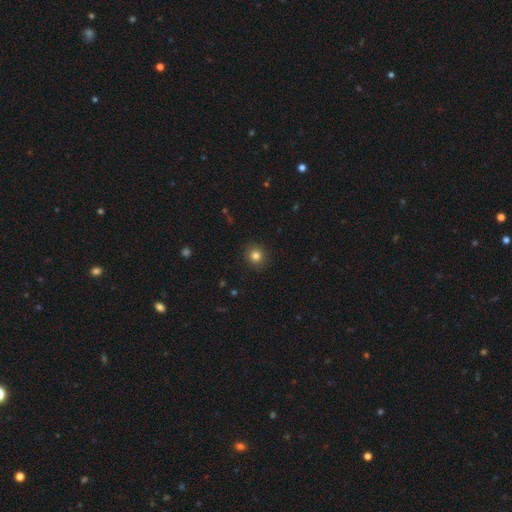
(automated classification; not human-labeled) Overall: smooth (82%). How rounded: round (89%). Merging: none (91%).